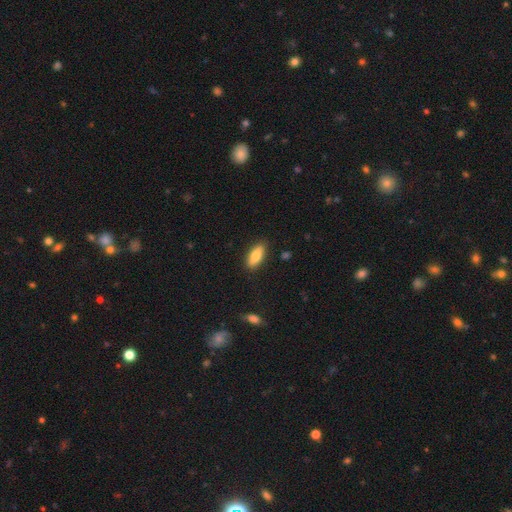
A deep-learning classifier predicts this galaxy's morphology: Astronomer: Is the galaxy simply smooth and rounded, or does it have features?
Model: smooth — 80%.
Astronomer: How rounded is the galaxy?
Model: in between — 75%.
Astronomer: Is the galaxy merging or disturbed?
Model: none — 87%.